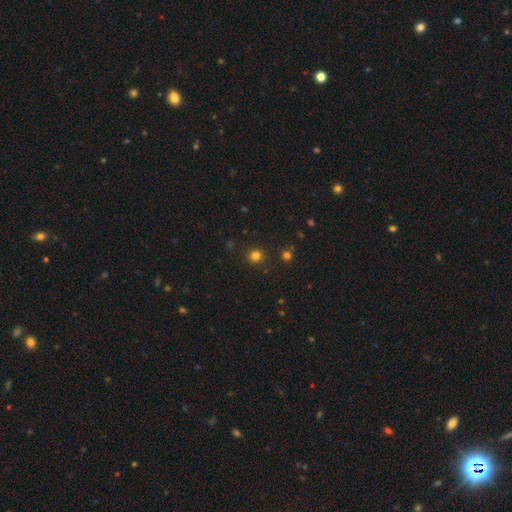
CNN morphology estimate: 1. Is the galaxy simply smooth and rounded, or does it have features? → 78% smooth, 18% star or artifact, 4% featured or disk.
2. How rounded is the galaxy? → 91% round, 8% in between, 1% cigar-shaped.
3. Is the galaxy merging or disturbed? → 90% none, 6% minor disturbance, 2% merger, 2% major disturbance.